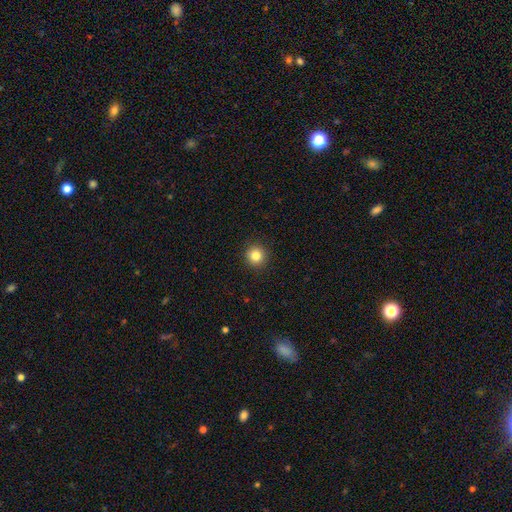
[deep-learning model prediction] Q: Smooth or featured?
A: smooth (84%); runner-up: star or artifact (11%)
Q: How rounded?
A: round (95%); runner-up: in between (4%)
Q: Merging?
A: none (92%); runner-up: minor disturbance (5%)